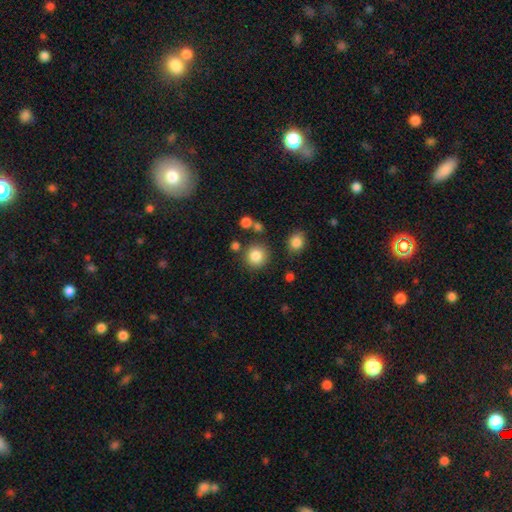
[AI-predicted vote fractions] Smooth or featured: smooth — 85% (star or artifact — 10%)
How rounded: round — 92% (in between — 7%)
Merging: none — 84% (minor disturbance — 8%)